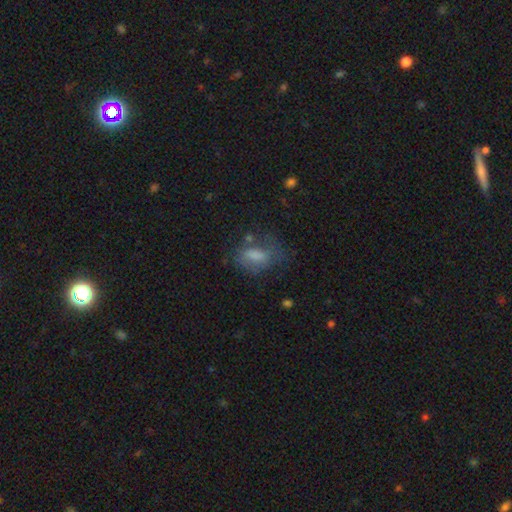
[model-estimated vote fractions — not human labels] Overall: smooth (65%). How rounded: in between (82%). Merging: none (43%; minor disturbance 26%).